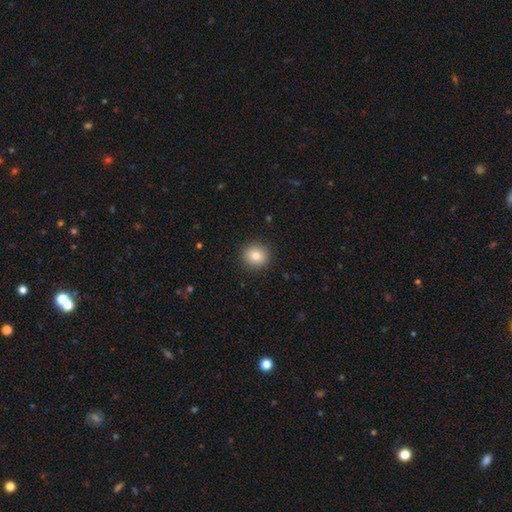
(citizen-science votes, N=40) Volunteers were most divided on "smooth or featured": smooth: 75%, featured or disk: 12%, star or artifact: 12%. More confident: merging — none (97%); how rounded — round (93%).